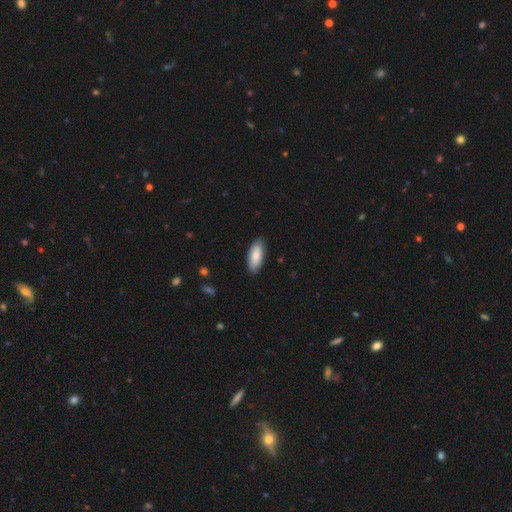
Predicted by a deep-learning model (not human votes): This is clearly a smooth galaxy (84%). How rounded: clearly in between (80%). Merging: clearly none (87%).